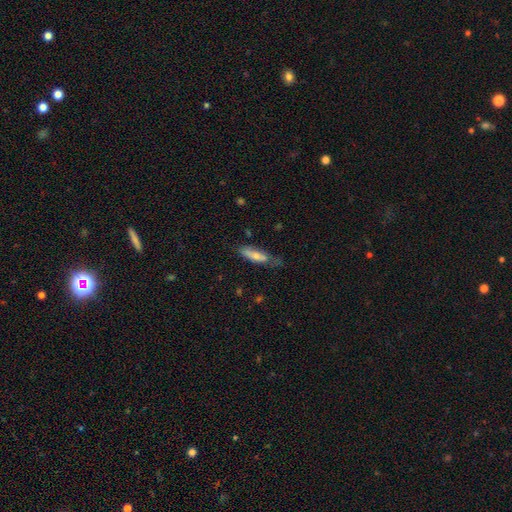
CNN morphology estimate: smooth_or_featured: smooth (p=0.63) [alt: featured or disk p=0.30]
how_rounded: in between (p=0.51) [alt: cigar-shaped p=0.47]
merging: none (p=0.47) [alt: minor disturbance p=0.33]